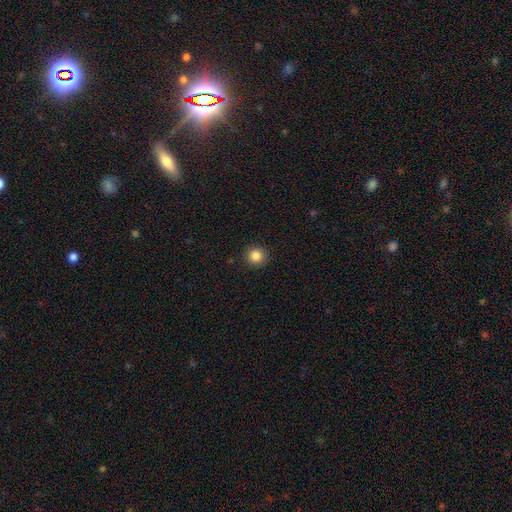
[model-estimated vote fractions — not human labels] Smooth or featured?
  - smooth: 85% *
  - star or artifact: 11%
  - featured or disk: 5%
How rounded?
  - round: 93% *
  - in between: 6%
  - cigar-shaped: 1%
Merging?
  - none: 91% *
  - minor disturbance: 6%
  - major disturbance: 2%
  - merger: 1%